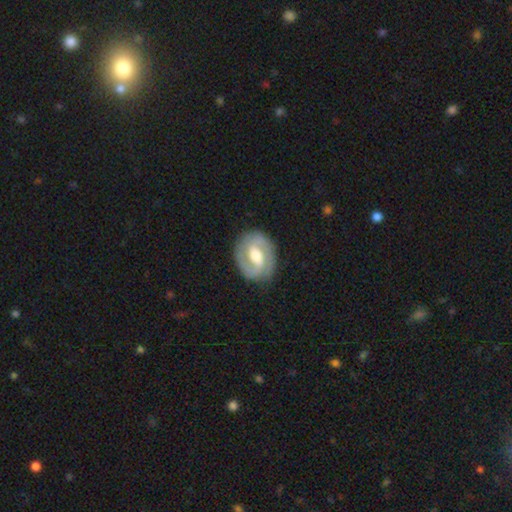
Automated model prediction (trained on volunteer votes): A featured or disk galaxy (81%) with a weak bar (48%), 2 (87%) tight (45%) spiral arms (88%) and a moderate central bulge (70%).

Vote fractions:
- Smooth or featured? featured or disk: 81% / smooth: 14% / star or artifact: 4%
- Edge-on disk? no: 97% / yes: 3%
- Bar? weak: 48% / strong: 31% / no: 21%
- Spiral arms? yes: 88% / no: 12%
- Spiral winding? tight: 45% / medium: 43% / loose: 12%
- Spiral arm count? 2: 87% / can't tell: 6% / 1: 3% / 3: 1% / 4: 1% / more than 4: 1%
- Bulge size? moderate: 70% / large: 15% / small: 13% / none: 1% / dominant: 1%
- Merging? none: 84% / minor disturbance: 11% / major disturbance: 4% / merger: 1%